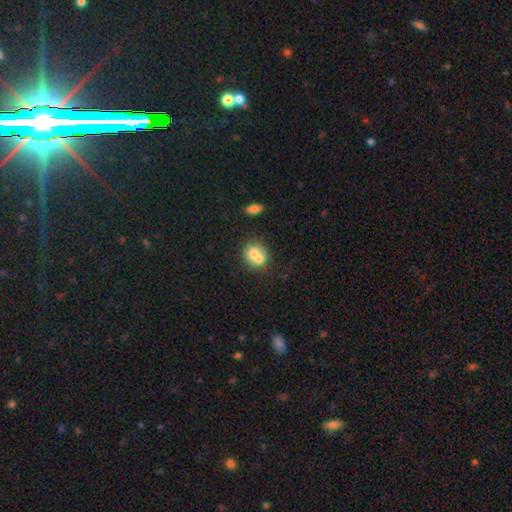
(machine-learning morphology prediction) A smooth galaxy with no disk features (67%) that is round (64%). Merging: merger (50%).